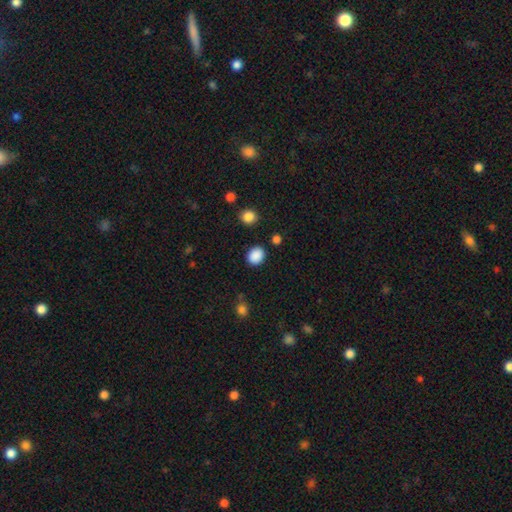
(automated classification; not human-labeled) This appears to be a smooth galaxy with no disk features (88%) that is round (53%). Merging: none (86%).